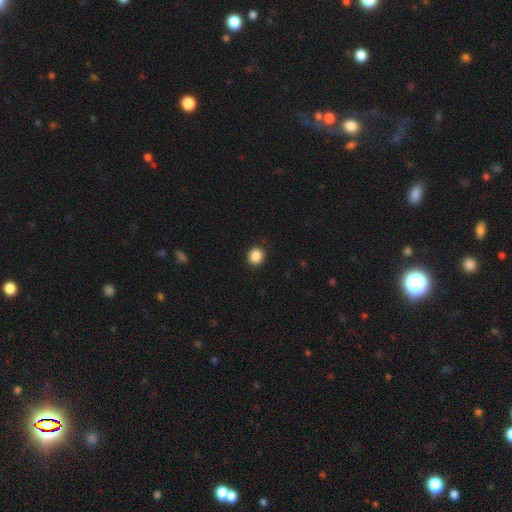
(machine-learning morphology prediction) This appears to be a smooth galaxy with no disk features (88%) that is round (77%). Merging: none (89%).